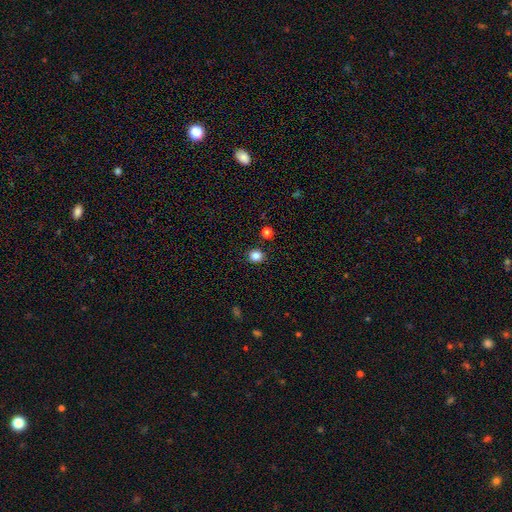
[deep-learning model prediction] Overall: smooth (83%). How rounded: round (89%). Merging: none (90%).